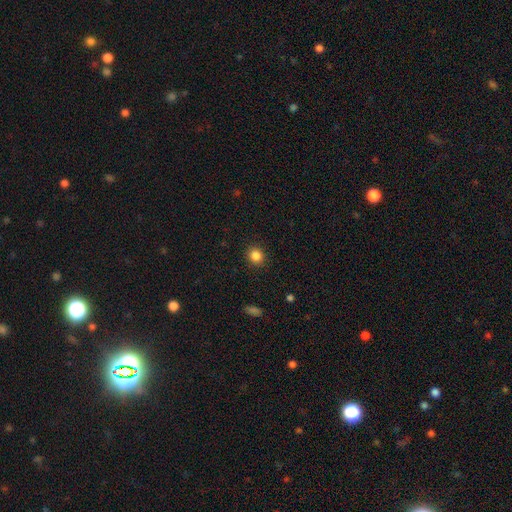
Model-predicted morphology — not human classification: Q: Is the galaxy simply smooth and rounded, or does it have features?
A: smooth — 85%.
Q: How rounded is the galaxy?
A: round — 84%.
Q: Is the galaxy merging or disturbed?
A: none — 91%.